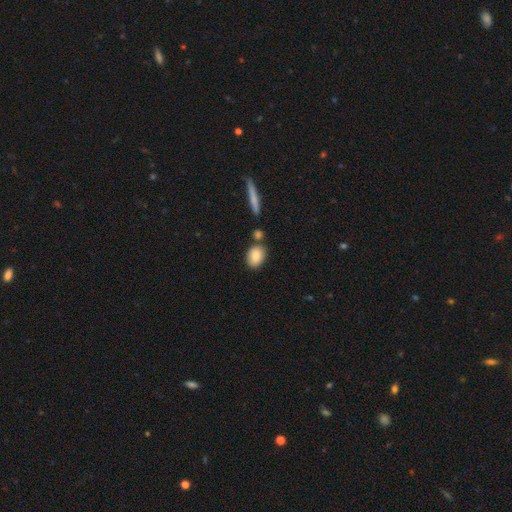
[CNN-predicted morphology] The model was most divided on "how rounded": in between: 74%, round: 24%, cigar-shaped: 3%. More confident: smooth or featured — smooth (84%); merging — none (71%).